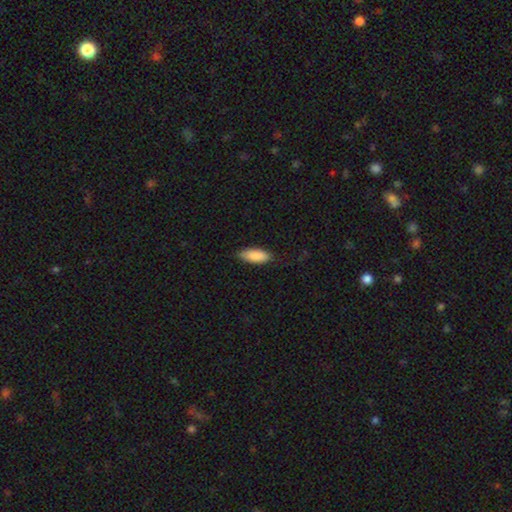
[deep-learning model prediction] Smooth or featured: smooth — 89% (star or artifact — 6%)
How rounded: in between — 76% (cigar-shaped — 22%)
Merging: none — 81% (minor disturbance — 16%)